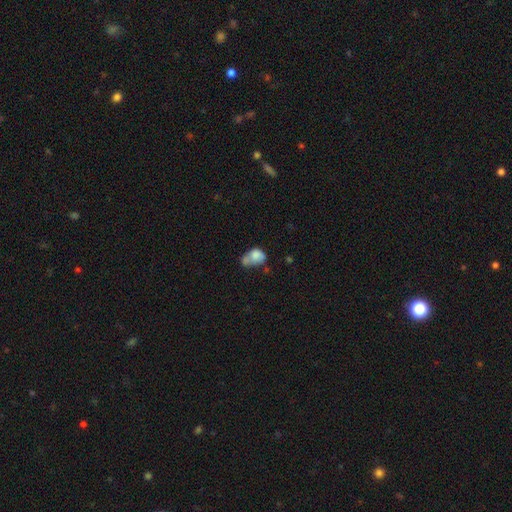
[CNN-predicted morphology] The model was most divided on "merging": merger: 37%, minor disturbance: 25%, none: 21%, major disturbance: 17%. More confident: how rounded — in between (72%); smooth or featured — smooth (71%).